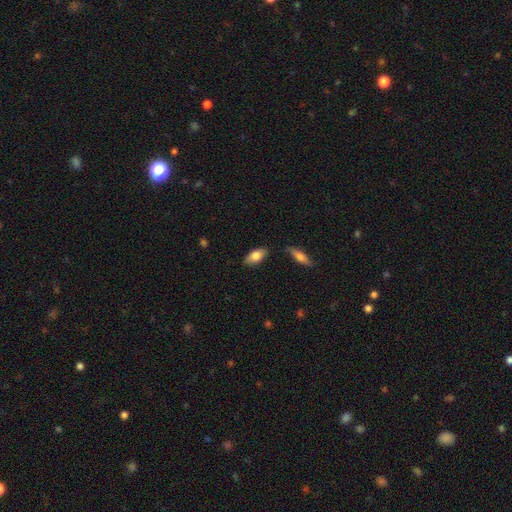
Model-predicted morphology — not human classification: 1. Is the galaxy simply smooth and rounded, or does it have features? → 77% smooth, 17% featured or disk, 6% star or artifact.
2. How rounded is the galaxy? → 87% in between, 10% cigar-shaped, 3% round.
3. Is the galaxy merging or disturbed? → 80% none, 13% minor disturbance, 4% merger, 3% major disturbance.